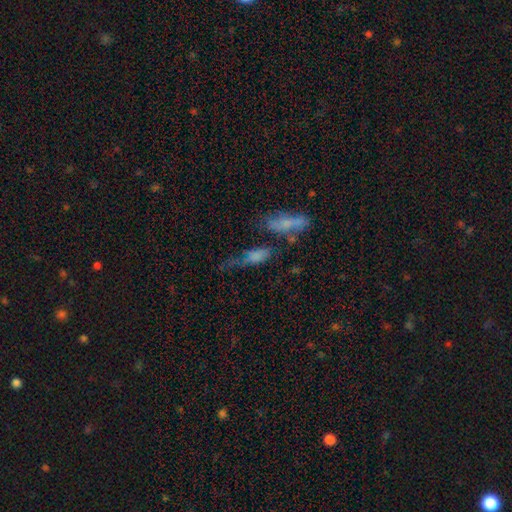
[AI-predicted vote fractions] smooth-or-featured: smooth: 62% | featured or disk: 21% | star or artifact: 16%
  how-rounded: in between: 51% | cigar-shaped: 42% | round: 6%
  merging: none: 36% | minor disturbance: 22% | merger: 21% | major disturbance: 20%